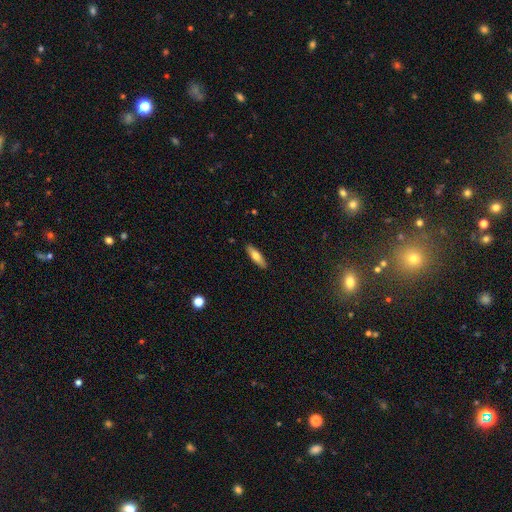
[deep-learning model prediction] Morphology: type=smooth (66%); roundness=cigar-shaped (64%); merging=none (89%).